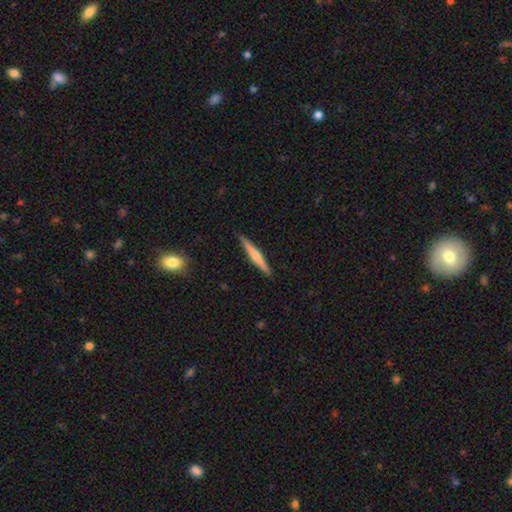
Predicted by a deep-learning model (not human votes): Smooth or featured? Predicted: smooth (p=0.49). Merging? Predicted: none (p=0.91).